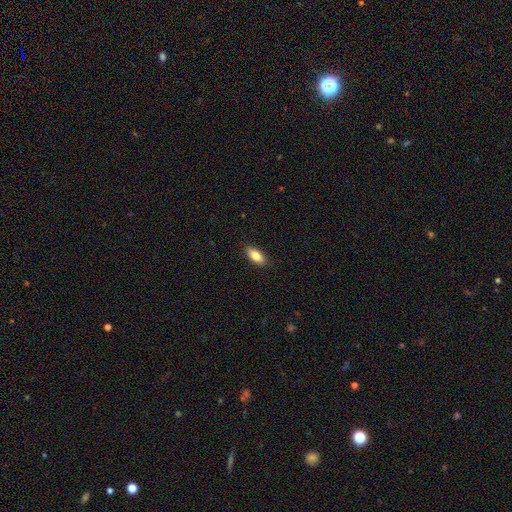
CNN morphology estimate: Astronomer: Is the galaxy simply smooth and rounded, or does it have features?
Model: smooth — 83%.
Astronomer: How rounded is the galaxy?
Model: in between — 86%.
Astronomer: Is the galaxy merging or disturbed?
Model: none — 88%.